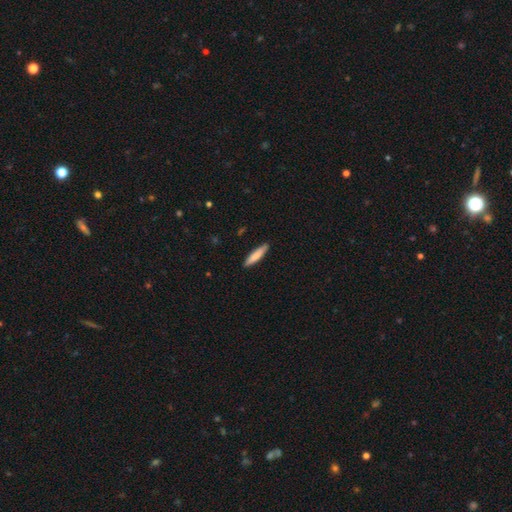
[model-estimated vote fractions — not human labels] Morphology: type=smooth (80%); roundness=cigar-shaped (84%); merging=none (85%).